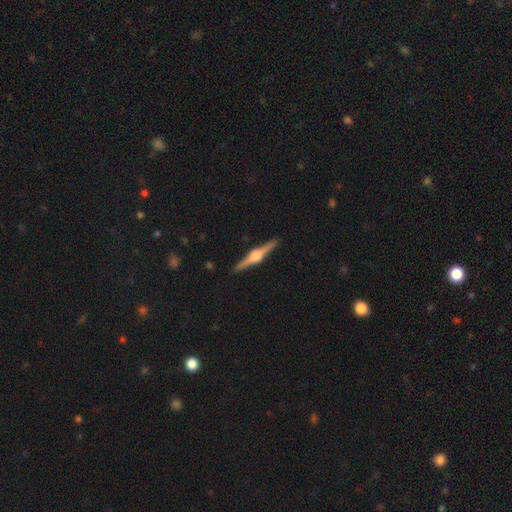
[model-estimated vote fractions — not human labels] featured or disk 84%, smooth 11%, star or artifact 5%. Down the decision tree: edge-on disk — yes (98%); edge-on bulge — rounded (93%); merging — none (92%).